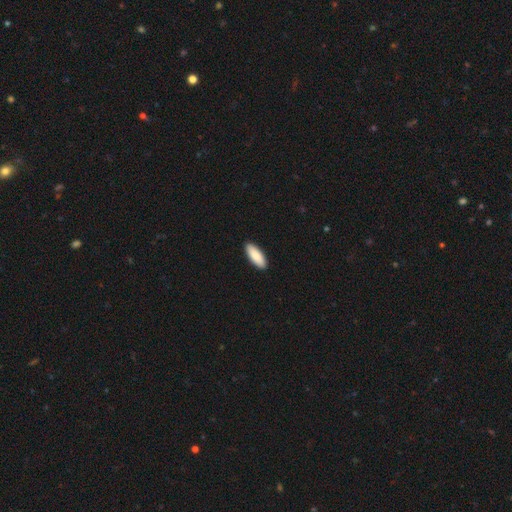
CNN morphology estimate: A smooth galaxy with no disk features (88%) that is in between round and cigar-shaped (74%).

Vote fractions:
- Smooth or featured? smooth: 88% / featured or disk: 7% / star or artifact: 5%
- How rounded? in between: 74% / cigar-shaped: 25% / round: 2%
- Merging? none: 91% / minor disturbance: 7% / major disturbance: 1% / merger: 1%